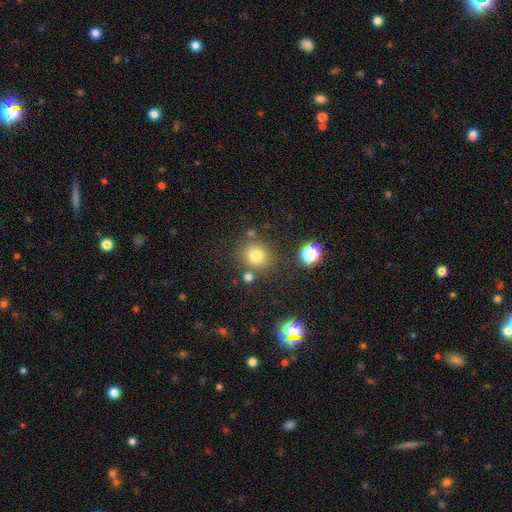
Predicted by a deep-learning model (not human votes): Smooth or featured? Predicted: smooth (p=0.75). How rounded? Predicted: round (p=0.86). Merging? Predicted: none (p=0.79).